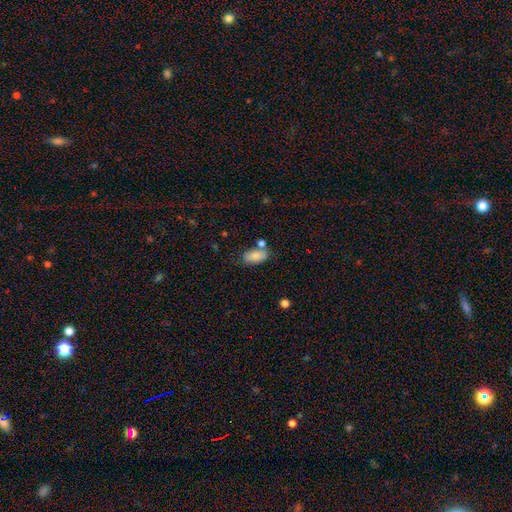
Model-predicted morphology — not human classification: A smooth galaxy with no disk features (84%) that is in between round and cigar-shaped (92%). Merging: none (63%).